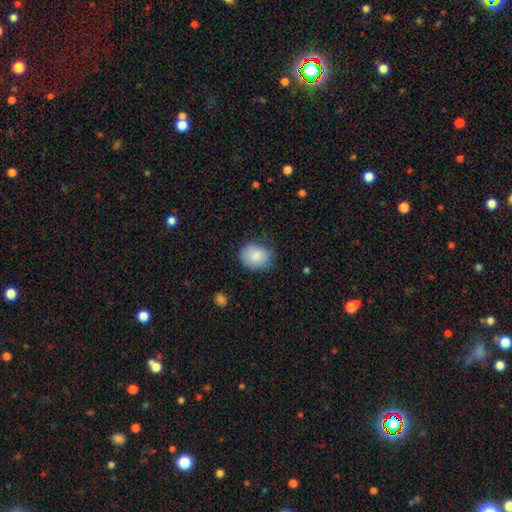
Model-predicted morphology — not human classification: This appears to be a smooth galaxy with no disk features (86%) that is in between round and cigar-shaped (52%). Merging: none (70%).